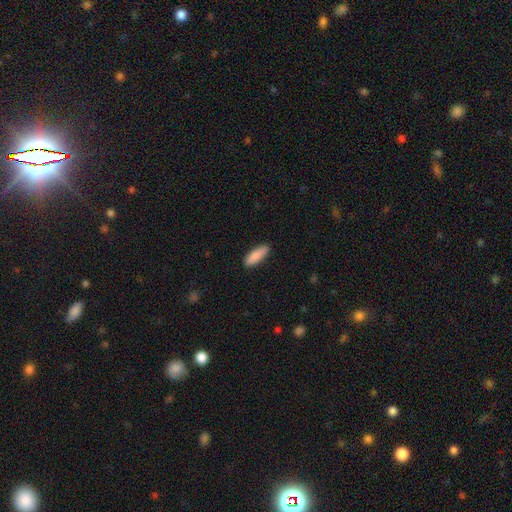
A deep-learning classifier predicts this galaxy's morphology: type=smooth (87%); roundness=in between (53%); merging=none (88%).